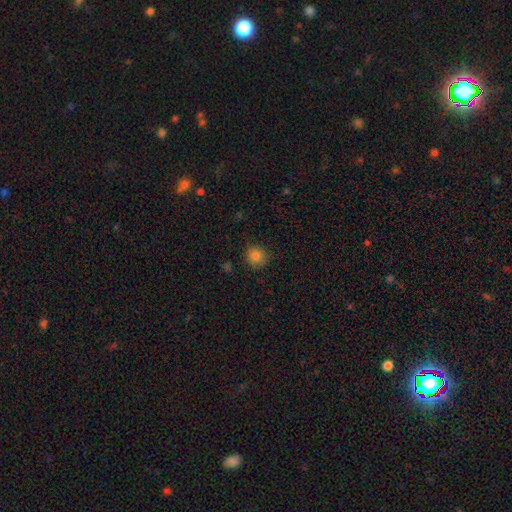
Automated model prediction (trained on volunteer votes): This appears to be a smooth galaxy with no disk features (83%) that is round (90%). Merging: none (86%).